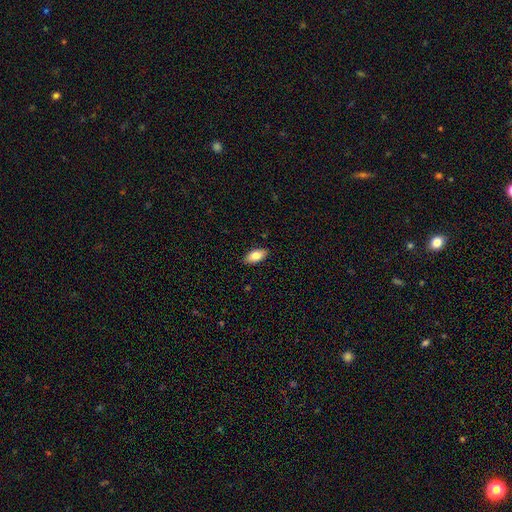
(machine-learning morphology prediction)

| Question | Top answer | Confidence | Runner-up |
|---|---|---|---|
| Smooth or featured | smooth | 83% | featured or disk (11%) |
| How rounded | in between | 91% | cigar-shaped (7%) |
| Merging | none | 88% | minor disturbance (9%) |